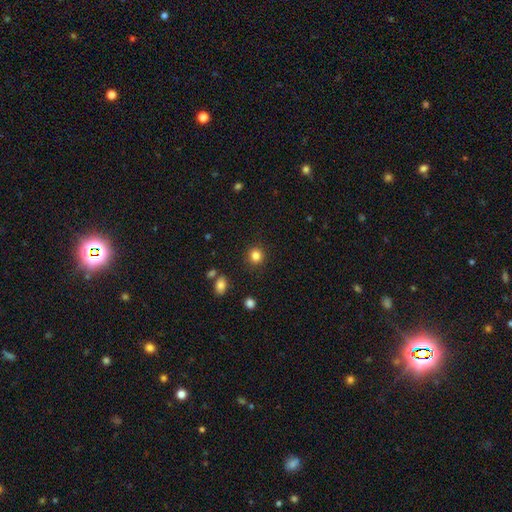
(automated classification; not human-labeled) This is clearly a smooth galaxy (84%). How rounded: clearly round (89%). Merging: clearly none (90%).